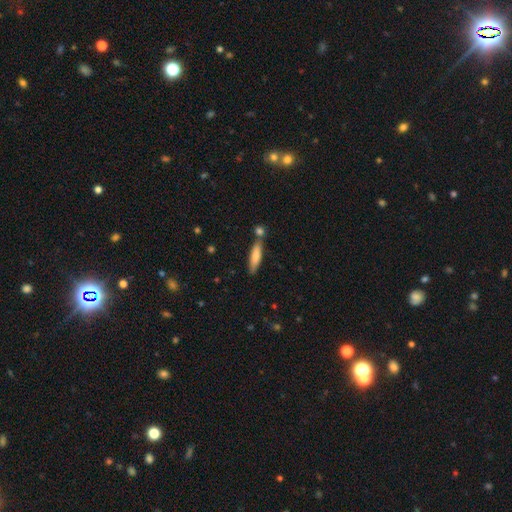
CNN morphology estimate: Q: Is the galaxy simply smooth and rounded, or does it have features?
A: smooth — 77%.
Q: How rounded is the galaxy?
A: cigar-shaped — 71%.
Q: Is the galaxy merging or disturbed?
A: none — 68%.